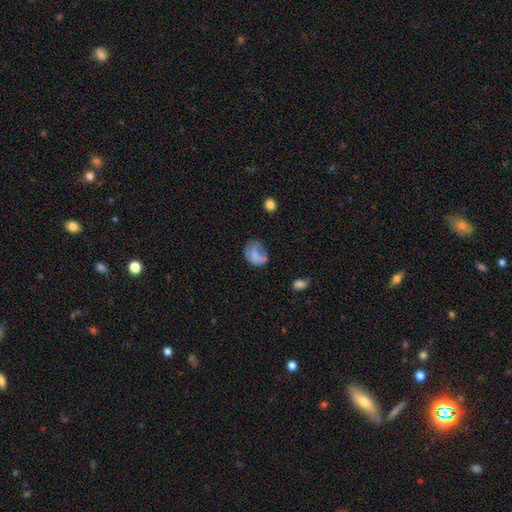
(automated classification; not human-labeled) Smooth or featured?
  - smooth: 65% *
  - featured or disk: 24%
  - star or artifact: 11%
How rounded?
  - in between: 58% *
  - round: 41%
  - cigar-shaped: 1%
Merging?
  - none: 38% *
  - minor disturbance: 30%
  - major disturbance: 28%
  - merger: 4%